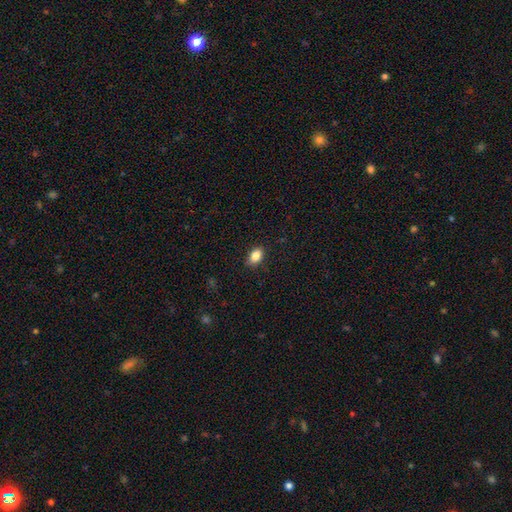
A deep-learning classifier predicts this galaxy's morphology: type=smooth (85%); roundness=in between (85%); merging=none (86%).